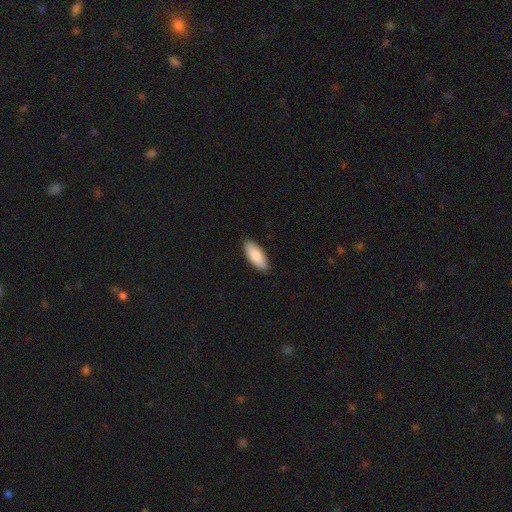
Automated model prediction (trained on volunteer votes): Smooth or featured? Predicted: smooth (p=0.88). How rounded? Predicted: in between (p=0.80). Merging? Predicted: none (p=0.90).